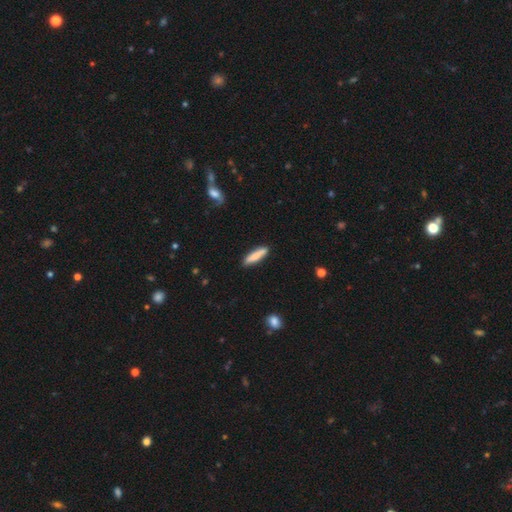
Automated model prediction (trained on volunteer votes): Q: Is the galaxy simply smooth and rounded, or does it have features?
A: smooth — 77%.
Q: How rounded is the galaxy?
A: cigar-shaped — 82%.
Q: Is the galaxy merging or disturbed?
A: none — 87%.